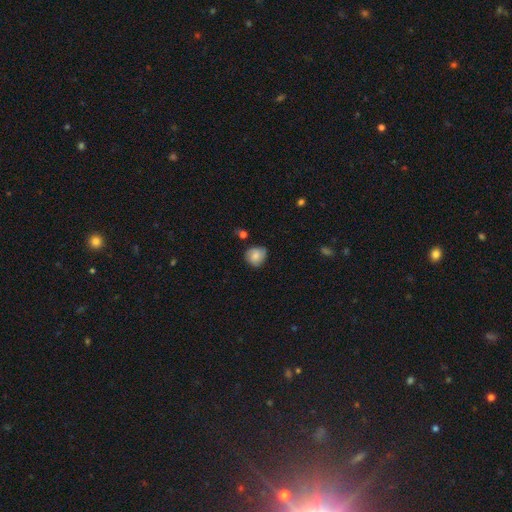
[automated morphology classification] Smooth or featured: smooth — 63% (featured or disk — 28%)
How rounded: round — 81% (in between — 18%)
Merging: none — 71% (minor disturbance — 22%)